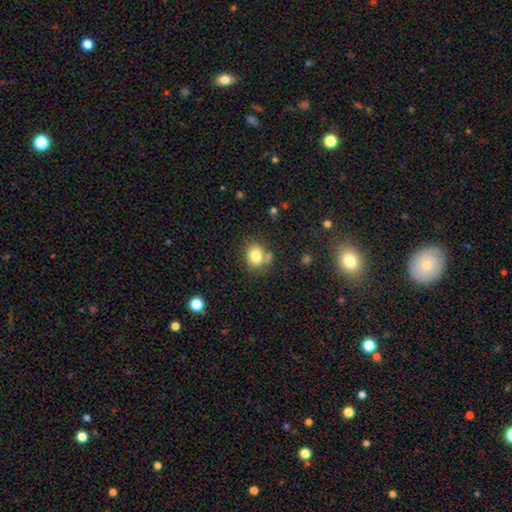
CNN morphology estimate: A smooth galaxy with no disk features (80%) that is round (58%).

Vote fractions:
- Smooth or featured? smooth: 80% / star or artifact: 11% / featured or disk: 9%
- How rounded? round: 58% / in between: 41% / cigar-shaped: 1%
- Merging? none: 62% / merger: 18% / minor disturbance: 15% / major disturbance: 5%